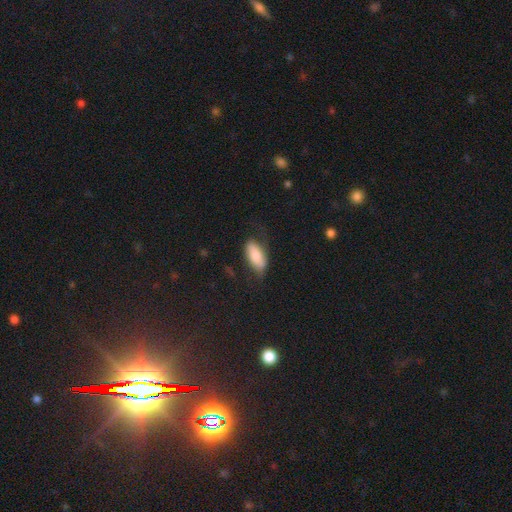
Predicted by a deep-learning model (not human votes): A smooth galaxy with no disk features (73%) that is in between round and cigar-shaped (88%). Merging: none (60%).